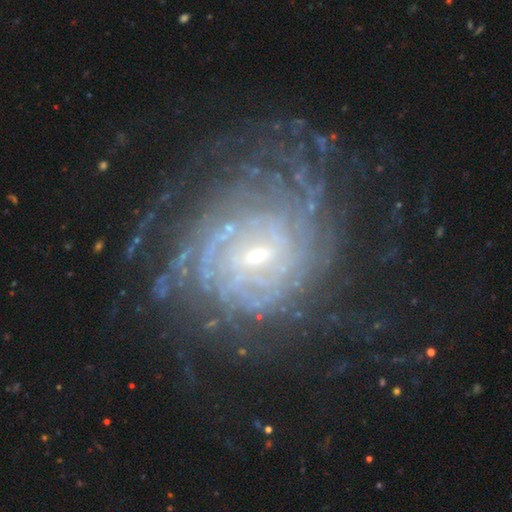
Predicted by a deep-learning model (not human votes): Morphology: type=featured or disk (87%); edge-on=no (97%); bar=weak (51%); spiral arms=yes (96%); winding=tight (78%); arm count=can't tell (36%); bulge=small (75%); merging=none (73%).